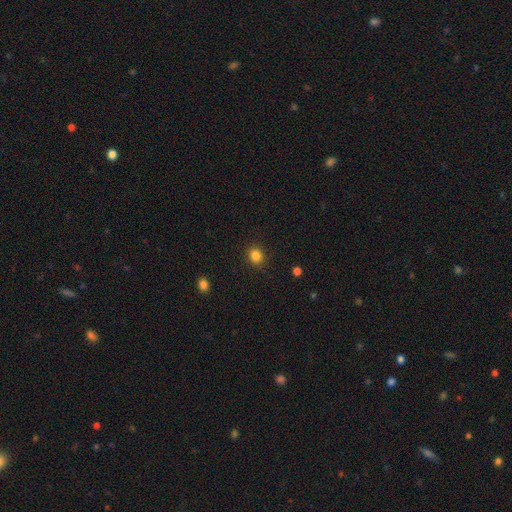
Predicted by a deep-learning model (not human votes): smooth_or_featured: smooth (p=0.85) [alt: star or artifact p=0.11]
how_rounded: round (p=0.74) [alt: in between p=0.25]
merging: none (p=0.90) [alt: minor disturbance p=0.07]